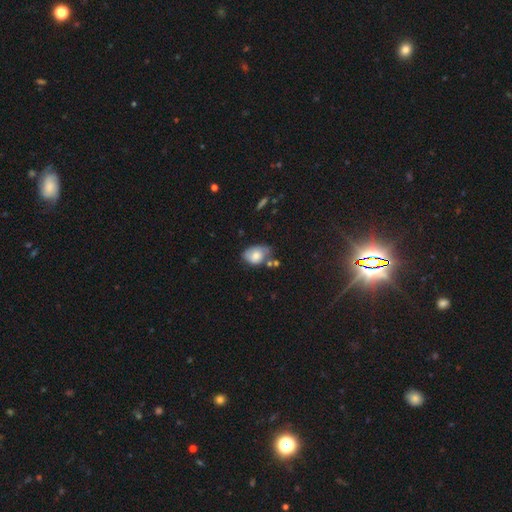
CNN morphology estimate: Overall: smooth (68%). How rounded: in between (71%). Merging: none (47%; minor disturbance 34%).